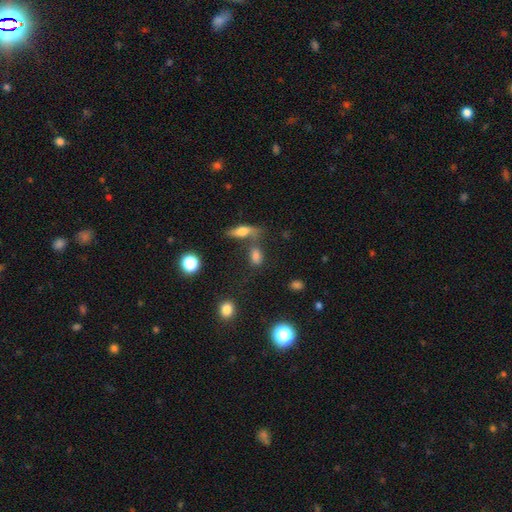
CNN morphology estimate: Smooth or featured?
  - smooth: 72% *
  - star or artifact: 15%
  - featured or disk: 13%
How rounded?
  - in between: 74% *
  - round: 18%
  - cigar-shaped: 8%
Merging?
  - none: 55% *
  - merger: 26%
  - minor disturbance: 13%
  - major disturbance: 6%